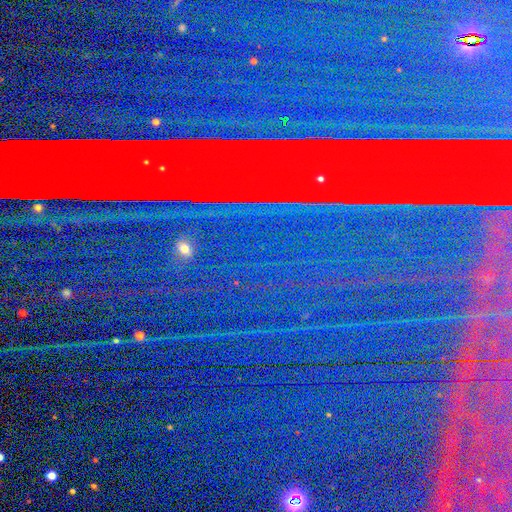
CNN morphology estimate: This appears to be a star or artifact, not a galaxy (87%).